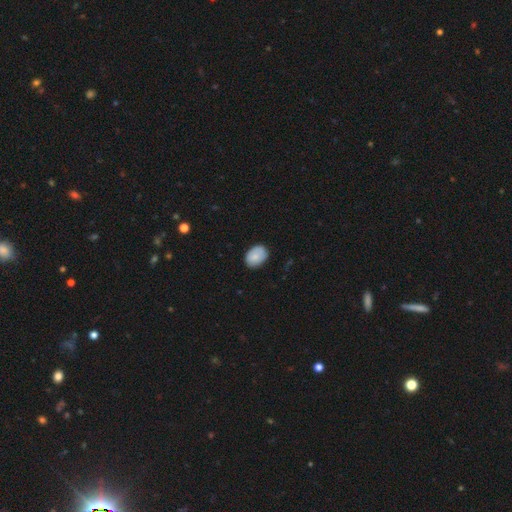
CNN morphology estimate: Smooth or featured?
  - smooth: 80% *
  - featured or disk: 13%
  - star or artifact: 7%
How rounded?
  - in between: 76% *
  - round: 23%
  - cigar-shaped: 1%
Merging?
  - none: 80% *
  - minor disturbance: 16%
  - major disturbance: 3%
  - merger: 1%